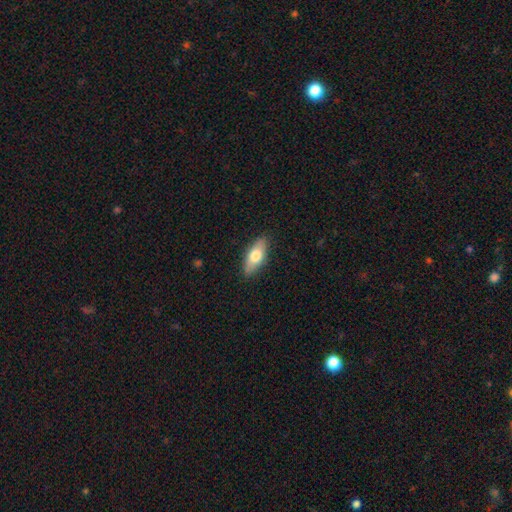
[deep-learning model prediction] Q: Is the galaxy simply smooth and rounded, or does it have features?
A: smooth — 70%.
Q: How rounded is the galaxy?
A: in between — 79%.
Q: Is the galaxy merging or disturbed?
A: none — 86%.